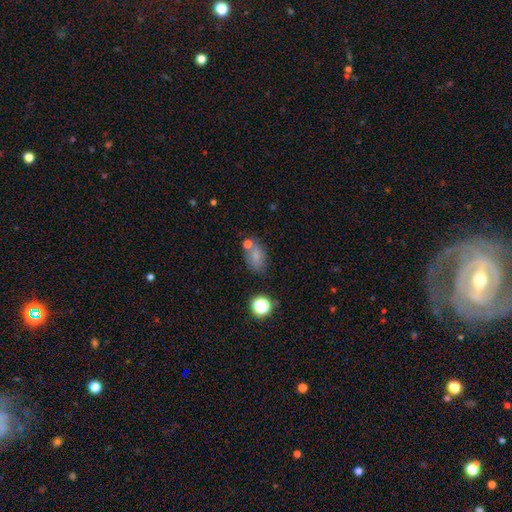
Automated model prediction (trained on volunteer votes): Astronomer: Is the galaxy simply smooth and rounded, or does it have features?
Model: smooth — 70%.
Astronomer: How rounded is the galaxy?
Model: in between — 82%.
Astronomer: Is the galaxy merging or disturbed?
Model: none — 55%.